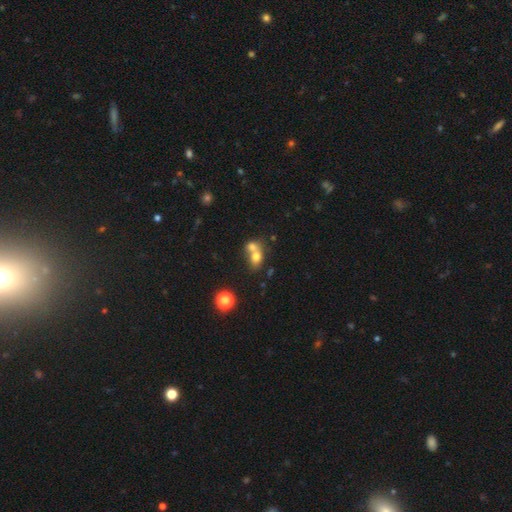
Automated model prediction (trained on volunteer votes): Smooth or featured? Predicted: smooth (p=0.70). How rounded? Predicted: round (p=0.52). Merging? Predicted: merger (p=0.65).